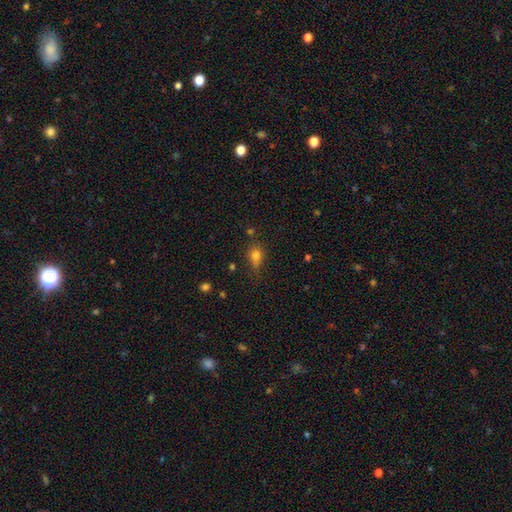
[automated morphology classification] type=smooth (76%); roundness=round (60%); merging=none (60%).